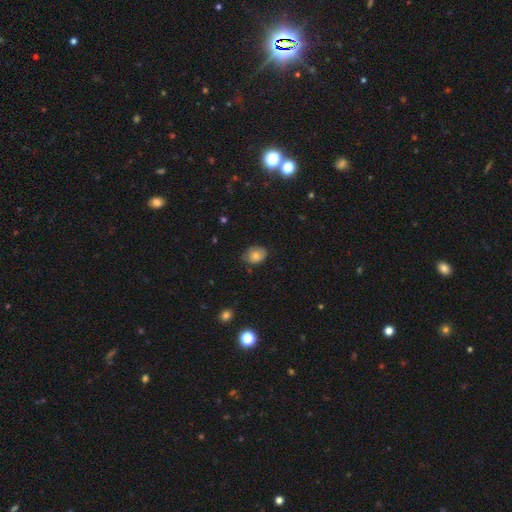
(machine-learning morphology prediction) Smooth or featured? smooth (73%)
How rounded? in between (63%)
Merging? none (69%)